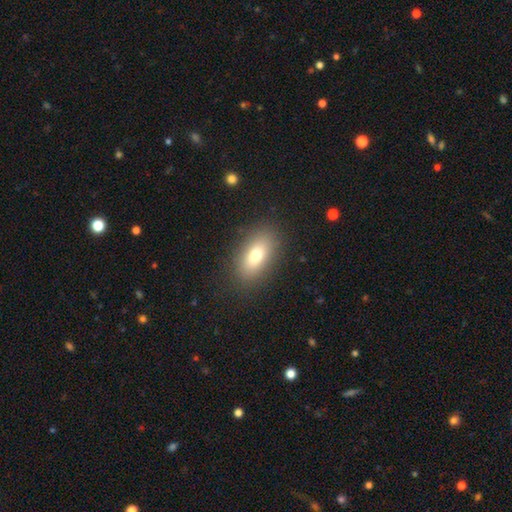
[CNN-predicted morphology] A smooth galaxy with no disk features (75%) that is in between round and cigar-shaped (86%).

Vote fractions:
- Smooth or featured? smooth: 75% / featured or disk: 15% / star or artifact: 10%
- How rounded? in between: 86% / round: 8% / cigar-shaped: 5%
- Merging? none: 86% / minor disturbance: 9% / major disturbance: 4% / merger: 1%